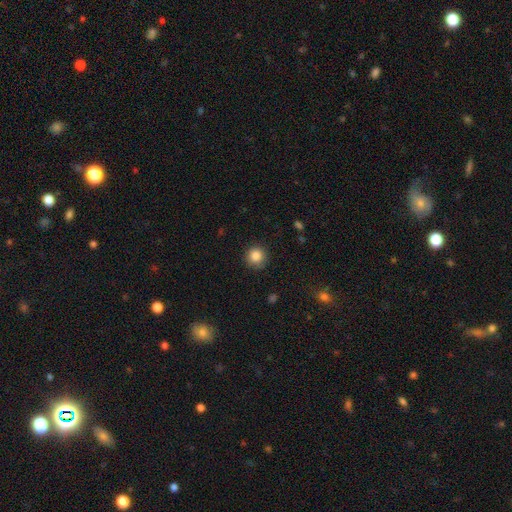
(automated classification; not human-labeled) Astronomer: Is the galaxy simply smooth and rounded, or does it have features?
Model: smooth — 86%.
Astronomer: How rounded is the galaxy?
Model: round — 94%.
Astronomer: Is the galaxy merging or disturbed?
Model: none — 87%.